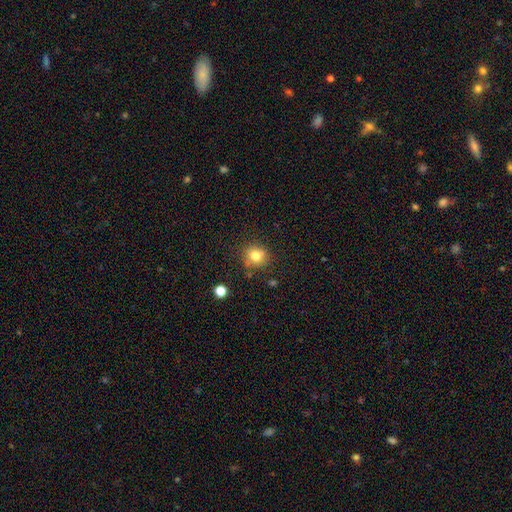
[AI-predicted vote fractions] Morphology: type=smooth (78%); roundness=round (86%); merging=none (77%).